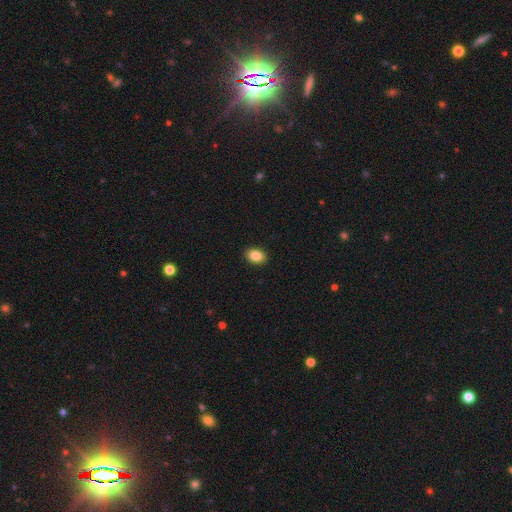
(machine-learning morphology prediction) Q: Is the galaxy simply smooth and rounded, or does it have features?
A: smooth — 86%.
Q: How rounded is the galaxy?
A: in between — 78%.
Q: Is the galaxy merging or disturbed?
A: none — 91%.